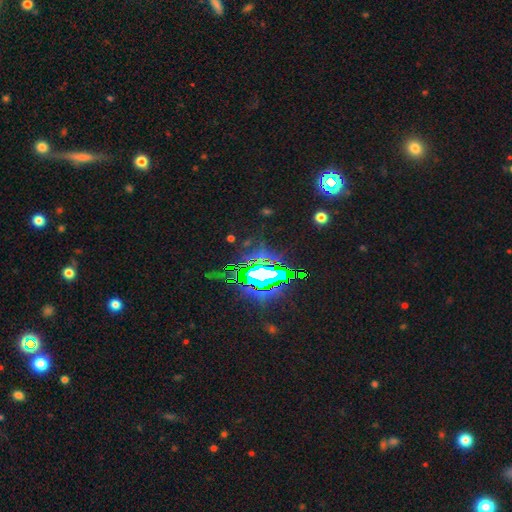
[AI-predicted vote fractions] This is likely a star or artifact rather than a galaxy (77%).